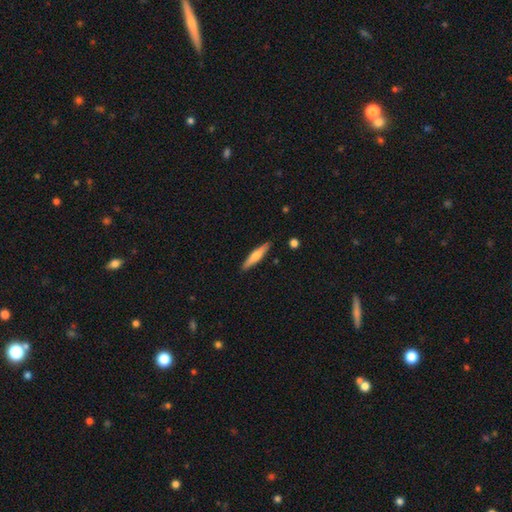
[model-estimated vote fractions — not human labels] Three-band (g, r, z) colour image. It shows a smooth galaxy with no disk features (58%) that is cigar-shaped (85%). Merging: none (88%).